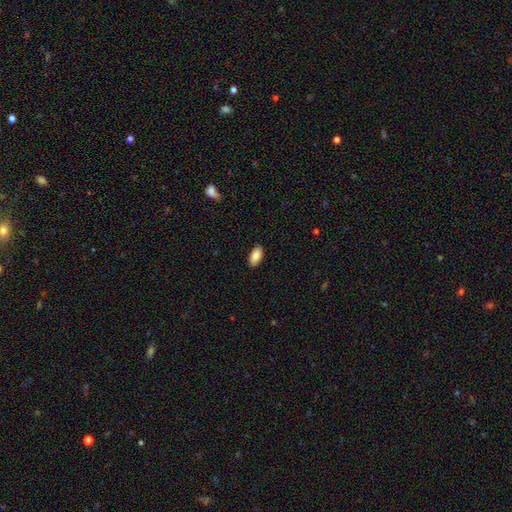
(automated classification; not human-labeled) Smooth or featured? Predicted: smooth (p=0.89). How rounded? Predicted: in between (p=0.93). Merging? Predicted: none (p=0.90).